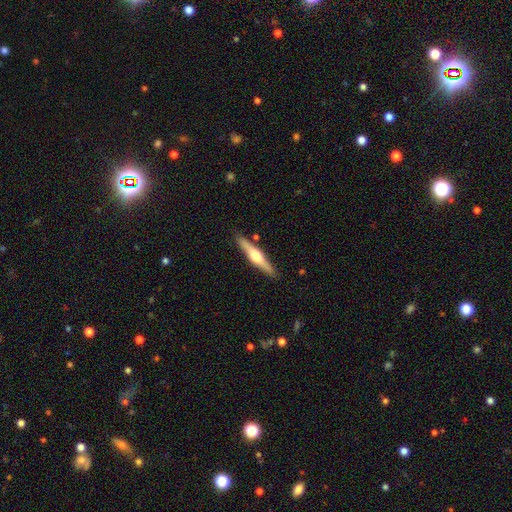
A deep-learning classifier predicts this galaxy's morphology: A featured or disk galaxy (65%) viewed edge-on (97%) with a rounded central bulge (94%).

Vote fractions:
- Smooth or featured? featured or disk: 65% / smooth: 30% / star or artifact: 5%
- Edge-on disk? yes: 97% / no: 3%
- Edge-on bulge? rounded: 94% / boxy: 4% / none: 3%
- Merging? none: 88% / minor disturbance: 8% / merger: 2% / major disturbance: 2%